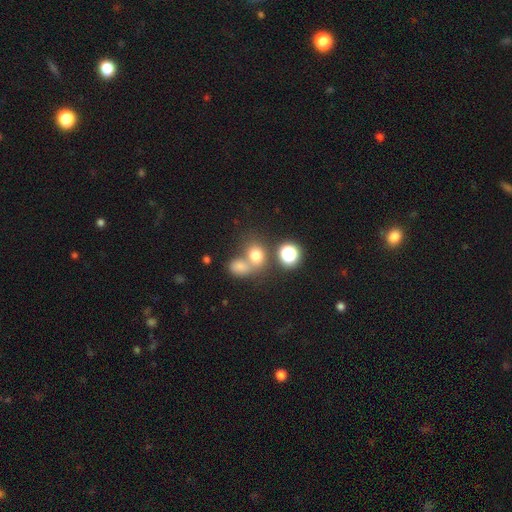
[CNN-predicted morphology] A smooth galaxy with no disk features (72%) that is round (61%). Merging: none (45%).